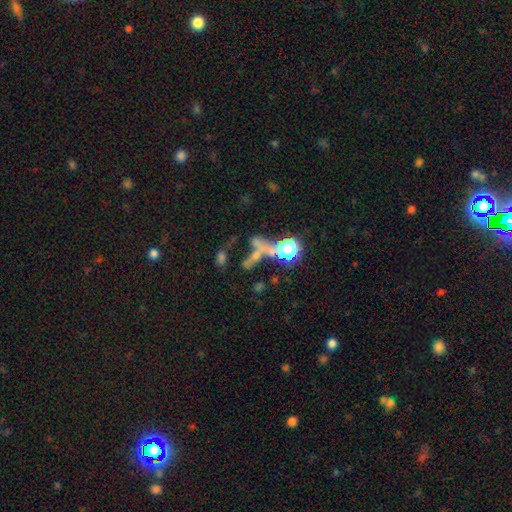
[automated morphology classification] smooth-or-featured: smooth: 43% | star or artifact: 32% | featured or disk: 25%
  merging: merger: 39% | none: 35% | major disturbance: 16% | minor disturbance: 10%